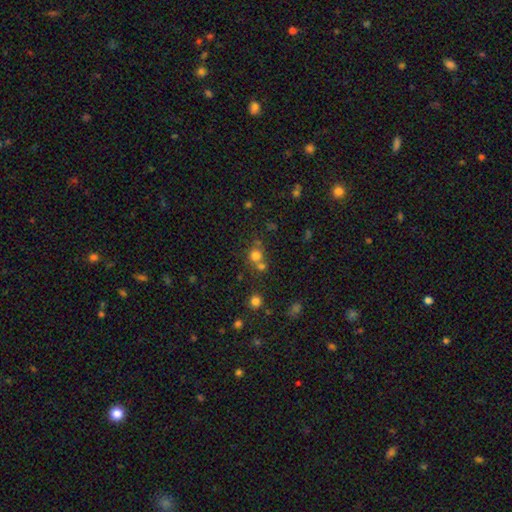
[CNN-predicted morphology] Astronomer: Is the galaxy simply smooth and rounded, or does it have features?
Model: smooth — 73%.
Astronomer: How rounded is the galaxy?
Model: round — 86%.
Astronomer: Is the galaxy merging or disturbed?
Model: none — 54% (runner-up: merger, 34%).